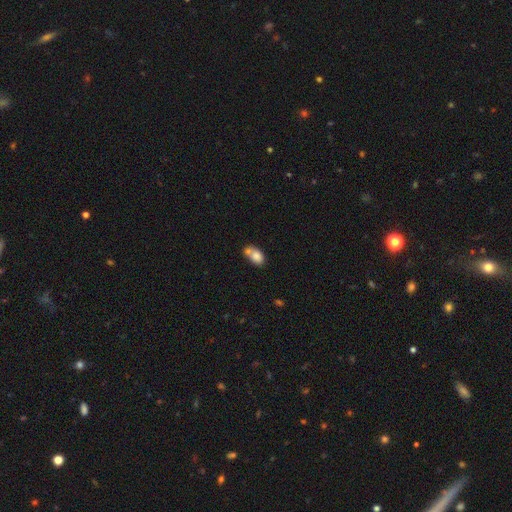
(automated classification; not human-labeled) Morphology: type=smooth (78%); roundness=in between (80%); merging=merger (49%).